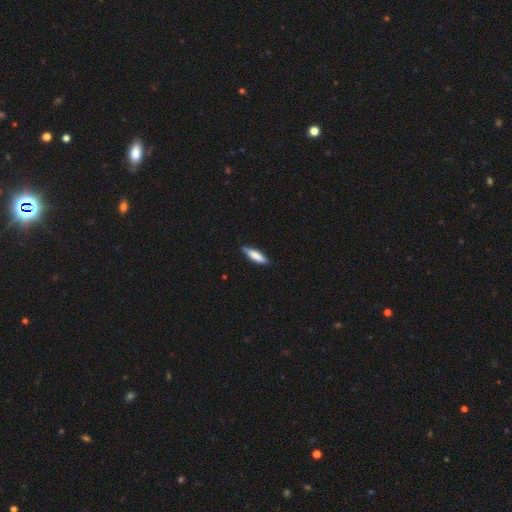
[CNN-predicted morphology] The model was most divided on "how rounded": cigar-shaped: 64%, in between: 34%, round: 2%. More confident: merging — none (80%); smooth or featured — smooth (75%).